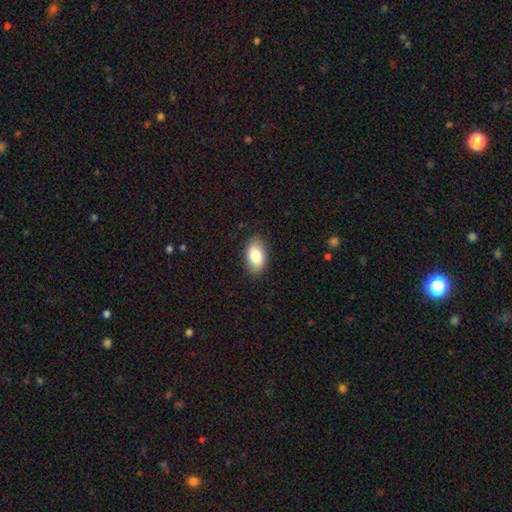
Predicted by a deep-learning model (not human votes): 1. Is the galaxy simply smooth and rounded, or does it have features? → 82% smooth, 11% featured or disk, 7% star or artifact.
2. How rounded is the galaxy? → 92% in between, 6% round, 2% cigar-shaped.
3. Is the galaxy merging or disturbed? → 86% none, 11% minor disturbance, 2% major disturbance, 1% merger.